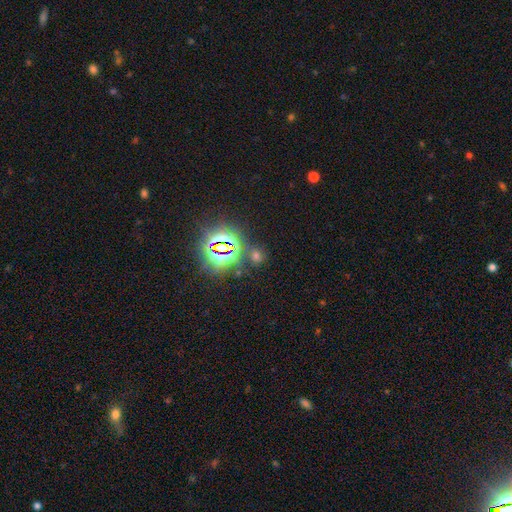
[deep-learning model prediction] This is possibly a star or artifact rather than a galaxy (54%).